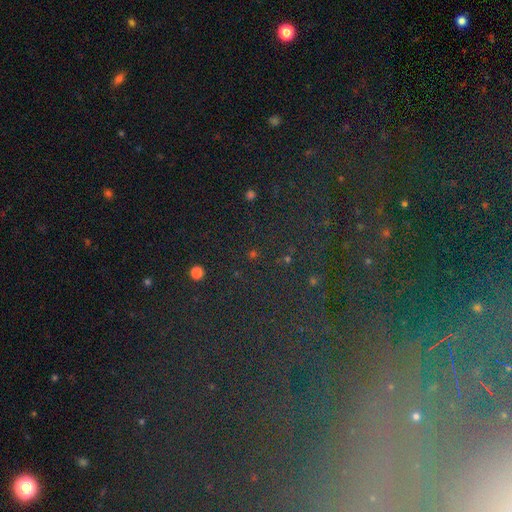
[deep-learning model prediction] smooth-or-featured: star or artifact: 66% | featured or disk: 19% | smooth: 15%